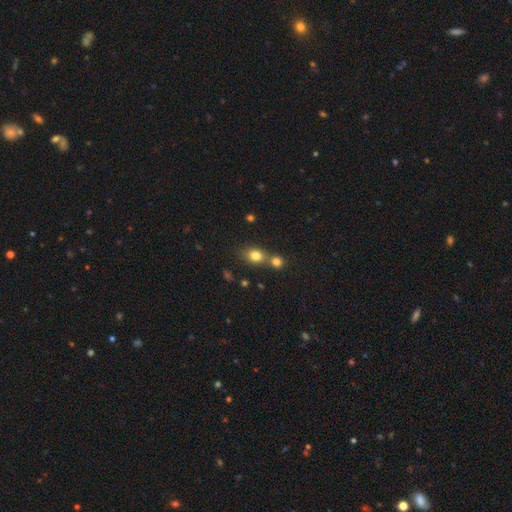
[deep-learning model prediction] Smooth or featured? Predicted: smooth (p=0.79). How rounded? Predicted: round (p=0.50). Merging? Predicted: none (p=0.44).